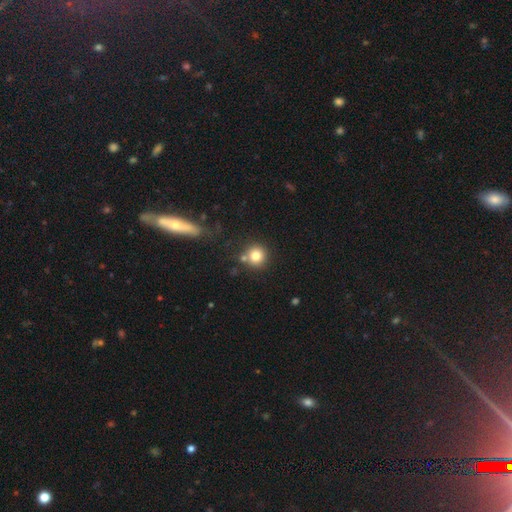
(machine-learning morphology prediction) This appears to be a smooth galaxy with no disk features (80%) that is round (93%). Merging: none (73%).